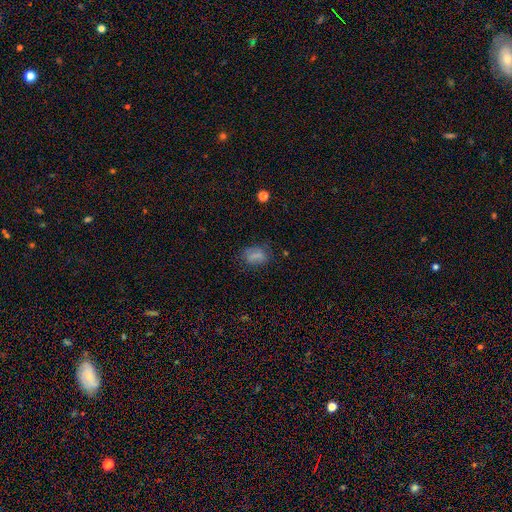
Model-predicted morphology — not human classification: This appears to be a smooth galaxy with no disk features (67%) that is in between round and cigar-shaped (77%). Merging: none (64%).